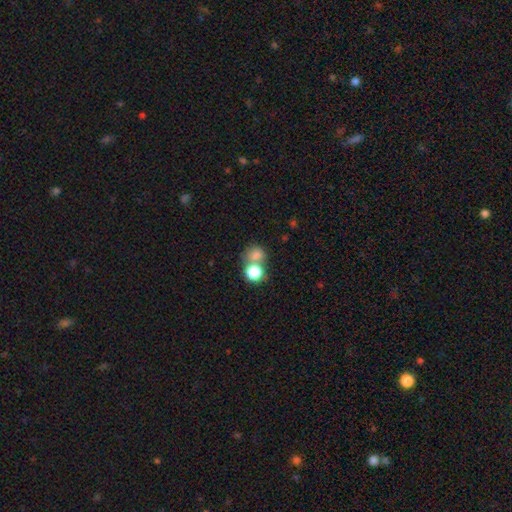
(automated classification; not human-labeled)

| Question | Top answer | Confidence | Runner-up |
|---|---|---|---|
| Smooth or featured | smooth | 74% | star or artifact (16%) |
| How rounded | round | 78% | in between (21%) |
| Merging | merger | 44% | none (43%) |